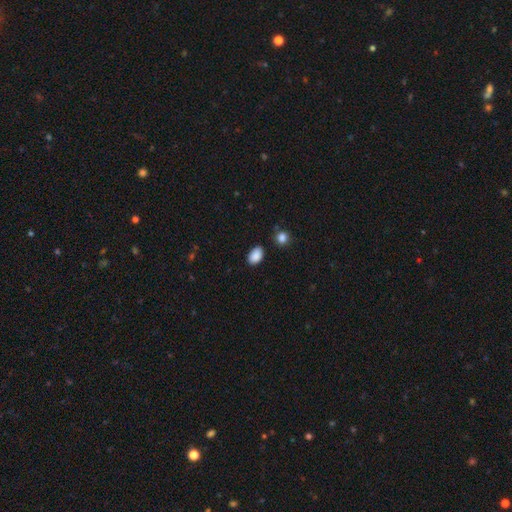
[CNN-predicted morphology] A smooth galaxy with no disk features (89%) that is in between round and cigar-shaped (86%).

Vote fractions:
- Smooth or featured? smooth: 89% / star or artifact: 8% / featured or disk: 3%
- How rounded? in between: 86% / round: 13% / cigar-shaped: 1%
- Merging? none: 83% / minor disturbance: 12% / major disturbance: 3% / merger: 2%